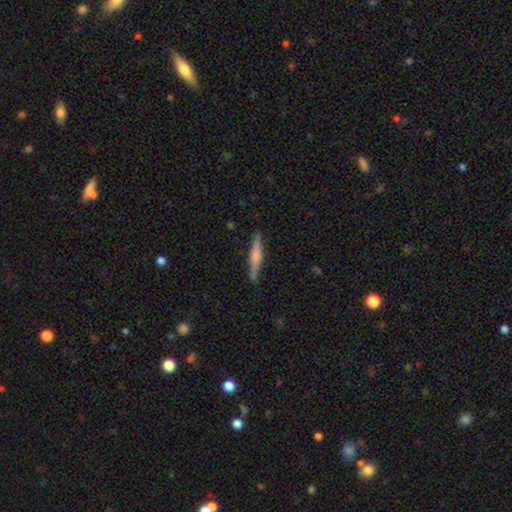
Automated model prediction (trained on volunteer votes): Overall: featured or disk (49%; smooth 45%). Merging: none (87%).